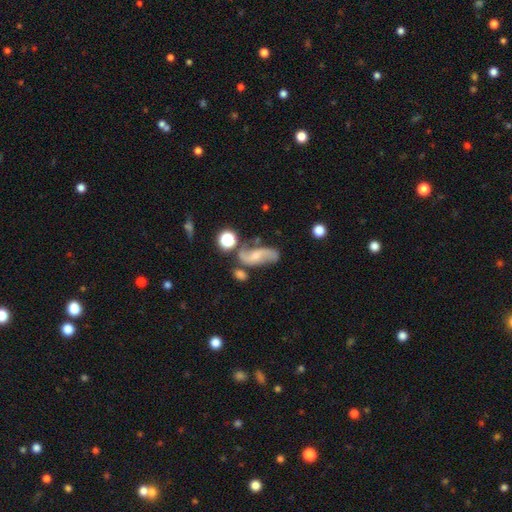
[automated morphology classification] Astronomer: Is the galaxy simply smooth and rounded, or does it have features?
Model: featured or disk — 74%.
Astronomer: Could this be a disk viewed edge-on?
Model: no — 94%.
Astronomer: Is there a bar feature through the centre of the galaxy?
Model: no — 54% (runner-up: weak, 36%).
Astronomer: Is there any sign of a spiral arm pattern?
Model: yes — 93%.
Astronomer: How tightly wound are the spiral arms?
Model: loose — 68%.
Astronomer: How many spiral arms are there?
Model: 2 — 90%.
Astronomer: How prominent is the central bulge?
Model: small — 48% (runner-up: moderate, 36%).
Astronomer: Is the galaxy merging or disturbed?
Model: none — 55%.